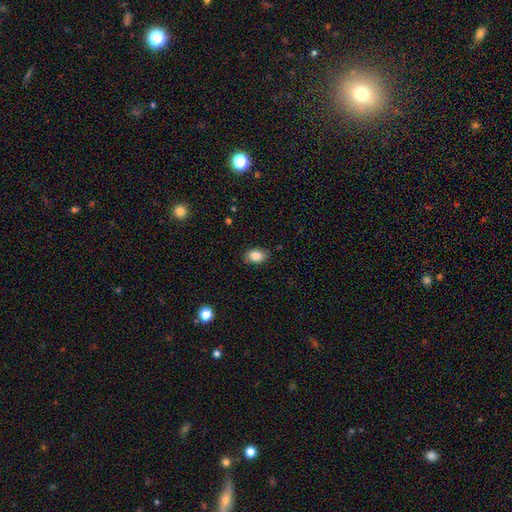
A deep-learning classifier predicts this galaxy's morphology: This is clearly a smooth galaxy (85%). How rounded: likely in between (78%). Merging: clearly none (82%).